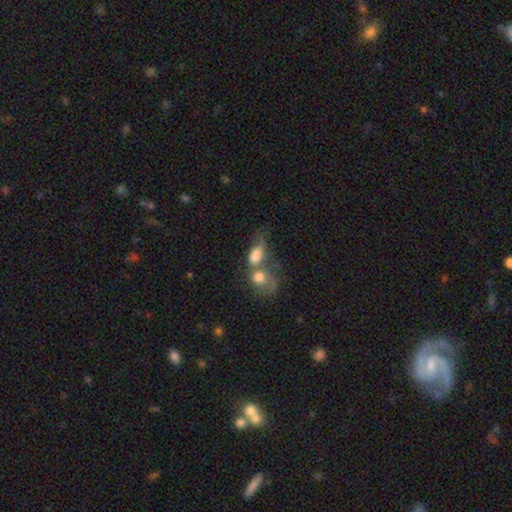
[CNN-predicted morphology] Smooth or featured? smooth (72%)
How rounded? in between (73%)
Merging? merger (66%)